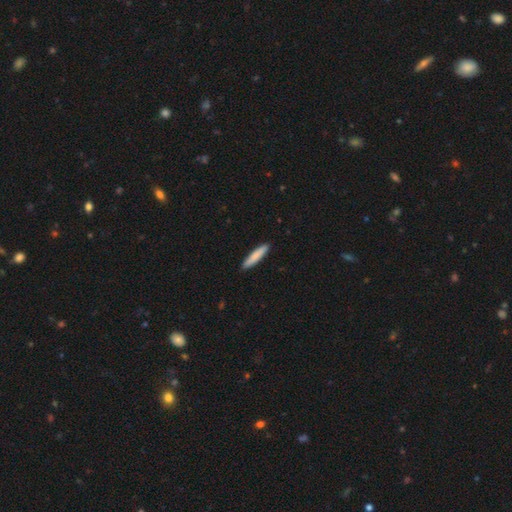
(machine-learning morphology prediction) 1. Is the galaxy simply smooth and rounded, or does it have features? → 84% smooth, 11% featured or disk, 5% star or artifact.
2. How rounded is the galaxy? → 89% cigar-shaped, 9% in between, 1% round.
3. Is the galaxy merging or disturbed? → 91% none, 6% minor disturbance, 1% major disturbance, 1% merger.